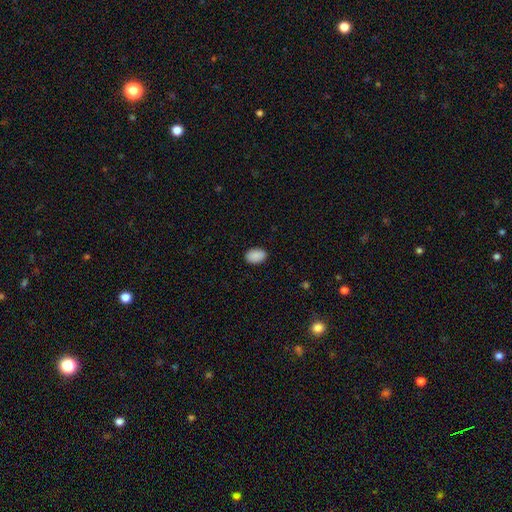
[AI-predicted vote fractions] The model was most divided on "how rounded": in between: 88%, round: 11%, cigar-shaped: 1%. More confident: smooth or featured — smooth (90%); merging — none (87%).